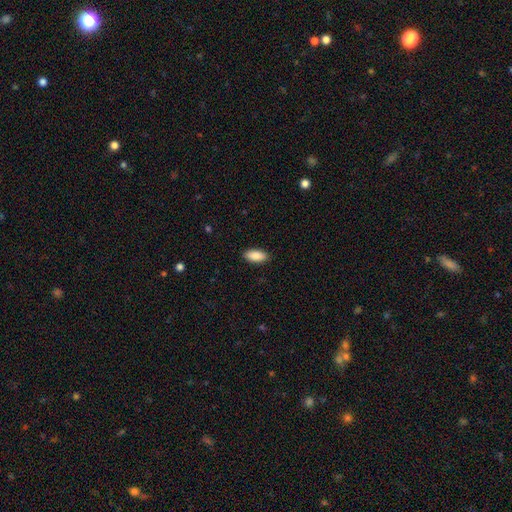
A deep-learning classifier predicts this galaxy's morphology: smooth 89%, star or artifact 6%, featured or disk 5%. Down the decision tree: how rounded — in between (89%); merging — none (90%).